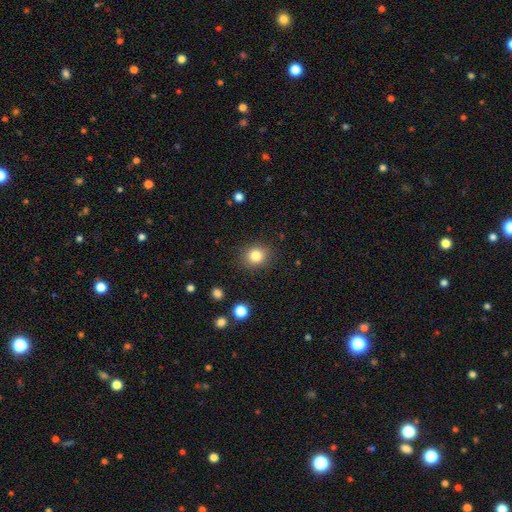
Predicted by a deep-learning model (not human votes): smooth 83%, star or artifact 11%, featured or disk 6%. Down the decision tree: how rounded — round (75%); merging — none (88%).